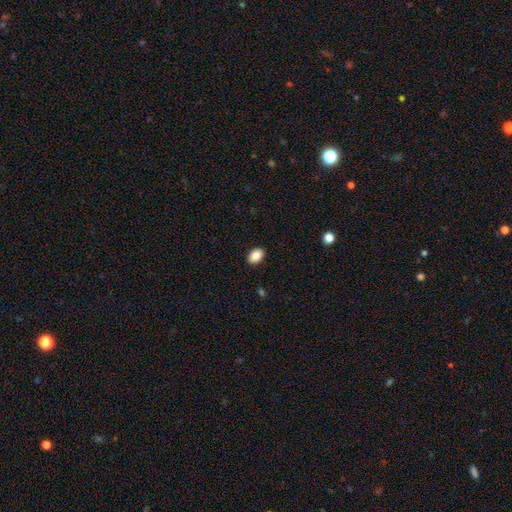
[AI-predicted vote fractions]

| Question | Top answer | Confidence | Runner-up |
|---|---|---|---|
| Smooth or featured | smooth | 88% | star or artifact (8%) |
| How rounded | in between | 82% | round (17%) |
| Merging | none | 90% | minor disturbance (7%) |